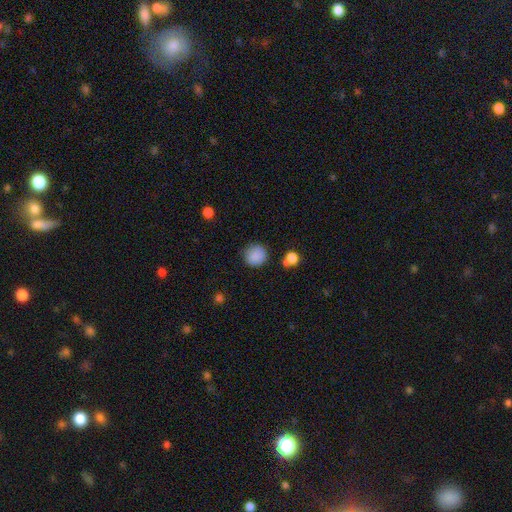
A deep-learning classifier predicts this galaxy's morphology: Smooth or featured?
  - smooth: 86% *
  - star or artifact: 9%
  - featured or disk: 4%
How rounded?
  - round: 92% *
  - in between: 7%
  - cigar-shaped: 1%
Merging?
  - none: 82% *
  - minor disturbance: 12%
  - merger: 3%
  - major disturbance: 3%